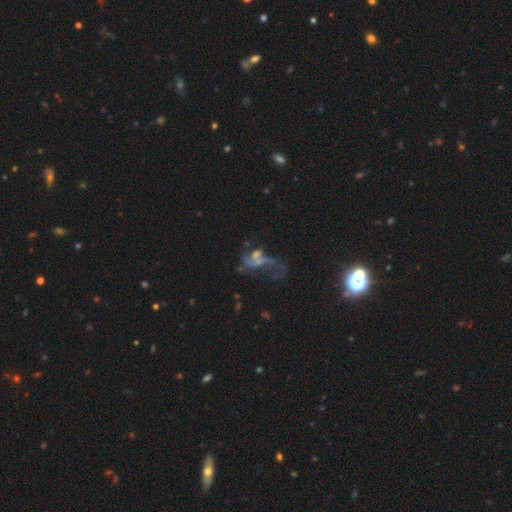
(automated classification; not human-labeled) Smooth or featured? Predicted: featured or disk (p=0.57). Edge-on disk? Predicted: no (p=0.94). Bar? Predicted: no (p=0.70). Spiral arms? Predicted: yes (p=0.54). Bulge size? Predicted: none (p=0.40). Merging? Predicted: major disturbance (p=0.41).